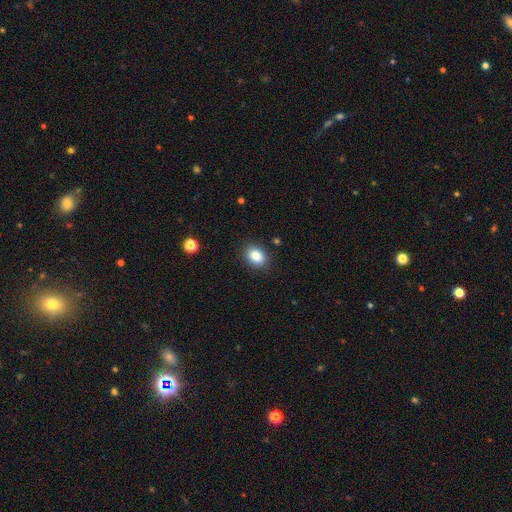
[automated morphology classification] Smooth or featured? Predicted: smooth (p=0.86). How rounded? Predicted: in between (p=0.69). Merging? Predicted: none (p=0.87).